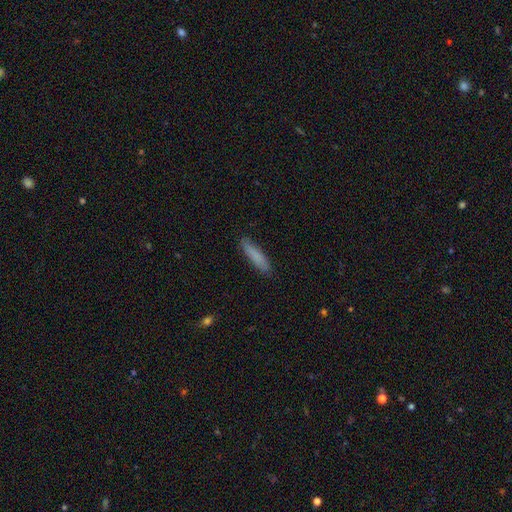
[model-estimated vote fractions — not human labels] Morphology: type=smooth (82%); roundness=cigar-shaped (84%); merging=none (87%).